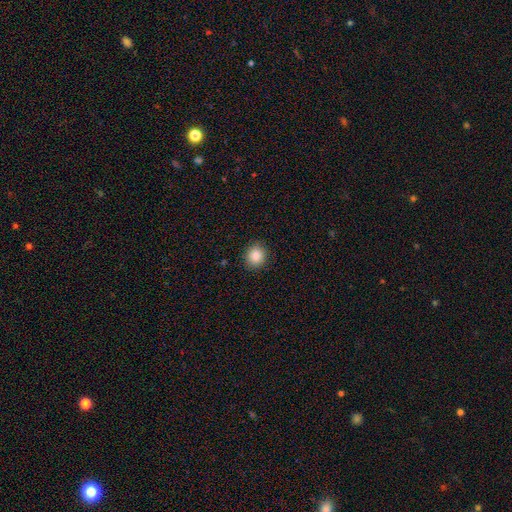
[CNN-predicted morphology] Q: Smooth or featured?
A: smooth (87%); runner-up: star or artifact (9%)
Q: How rounded?
A: round (80%); runner-up: in between (19%)
Q: Merging?
A: none (90%); runner-up: minor disturbance (7%)